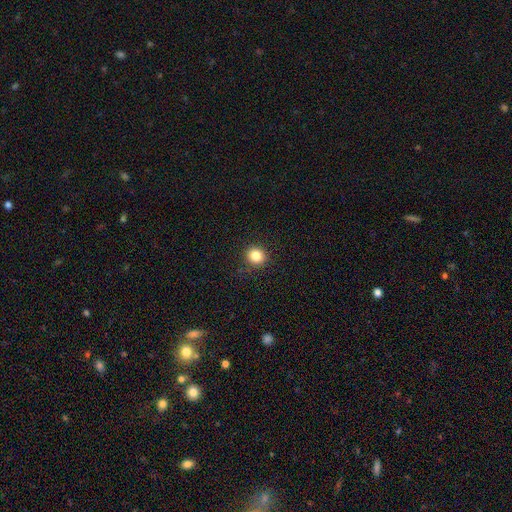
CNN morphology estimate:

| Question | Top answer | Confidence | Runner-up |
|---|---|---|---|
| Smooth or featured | smooth | 84% | star or artifact (11%) |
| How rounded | round | 87% | in between (12%) |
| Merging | none | 90% | minor disturbance (7%) |